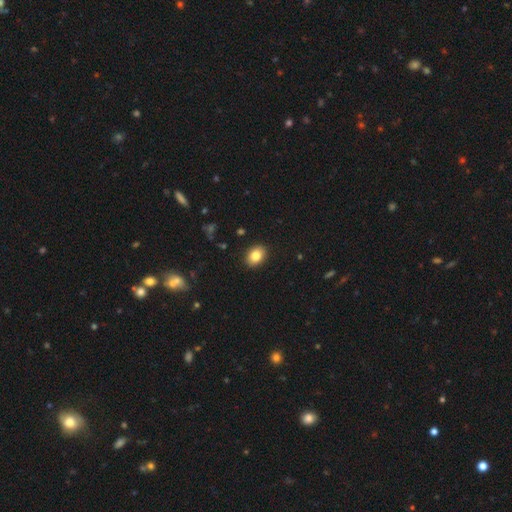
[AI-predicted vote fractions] Morphology: type=smooth (84%); roundness=in between (73%); merging=none (90%).